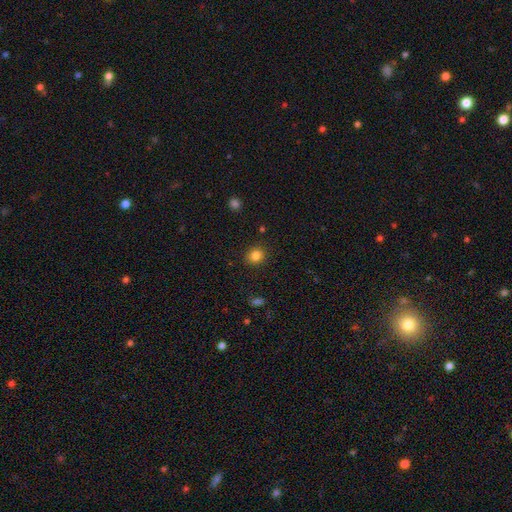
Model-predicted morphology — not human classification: smooth 84%, star or artifact 12%, featured or disk 5%. Down the decision tree: how rounded — round (78%); merging — none (89%).